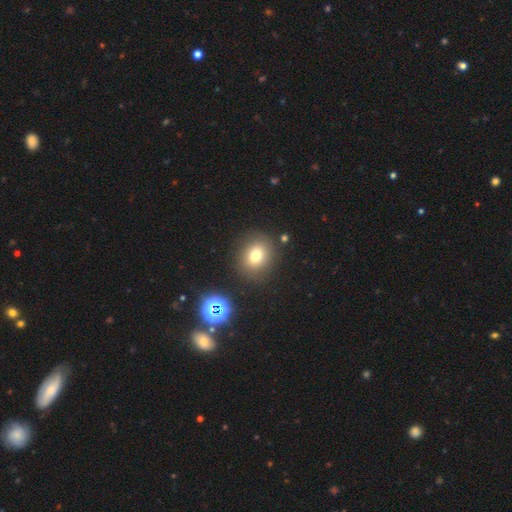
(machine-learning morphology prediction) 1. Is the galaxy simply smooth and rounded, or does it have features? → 74% smooth, 15% star or artifact, 11% featured or disk.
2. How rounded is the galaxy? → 67% round, 32% in between, 1% cigar-shaped.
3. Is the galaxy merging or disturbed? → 84% none, 9% minor disturbance, 4% merger, 3% major disturbance.